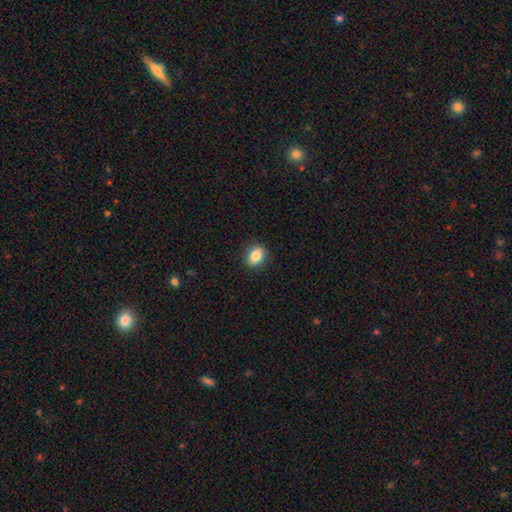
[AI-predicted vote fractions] Smooth or featured? Predicted: smooth (p=0.84). How rounded? Predicted: in between (p=0.60). Merging? Predicted: none (p=0.88).